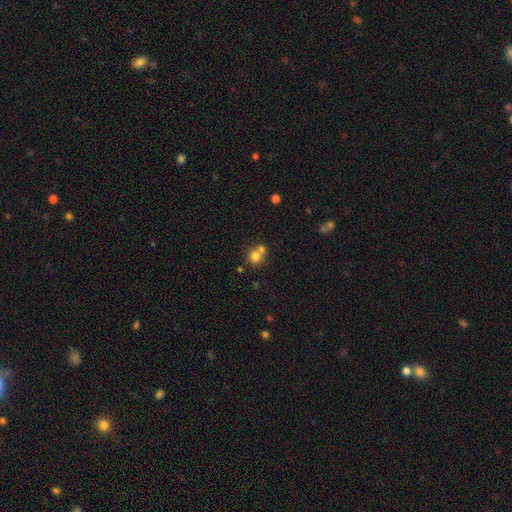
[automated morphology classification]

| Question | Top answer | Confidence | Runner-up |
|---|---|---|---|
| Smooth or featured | smooth | 76% | star or artifact (12%) |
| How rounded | round | 86% | in between (13%) |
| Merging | none | 46% | merger (45%) |